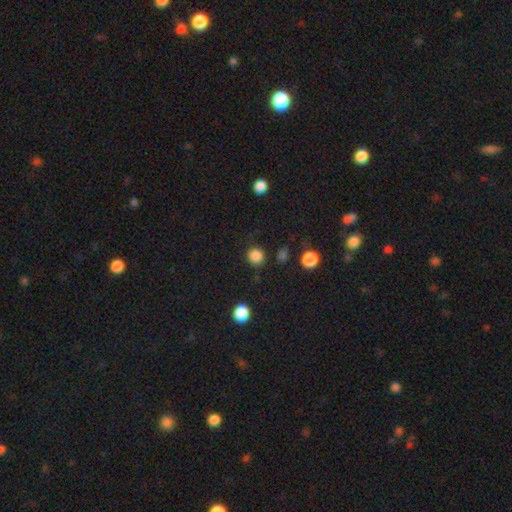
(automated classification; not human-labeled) A smooth galaxy with no disk features (85%) that is round (90%).

Vote fractions:
- Smooth or featured? smooth: 85% / star or artifact: 12% / featured or disk: 3%
- How rounded? round: 90% / in between: 9% / cigar-shaped: 1%
- Merging? none: 85% / minor disturbance: 9% / major disturbance: 3% / merger: 3%